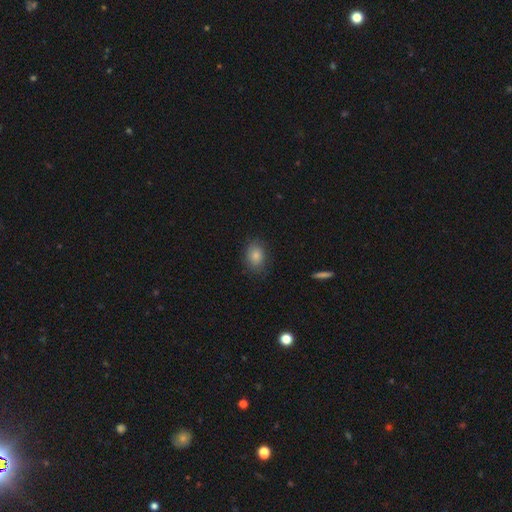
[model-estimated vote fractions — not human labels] Smooth or featured: smooth — 83% (featured or disk — 9%)
How rounded: in between — 67% (round — 32%)
Merging: none — 80% (minor disturbance — 15%)